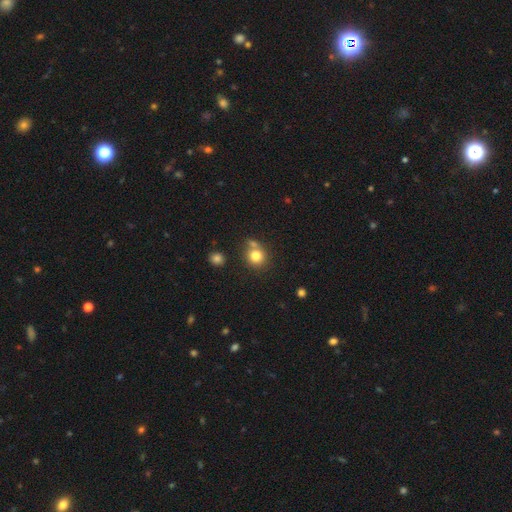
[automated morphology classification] smooth 80%, star or artifact 12%, featured or disk 9%. Down the decision tree: how rounded — round (84%); merging — none (62%).